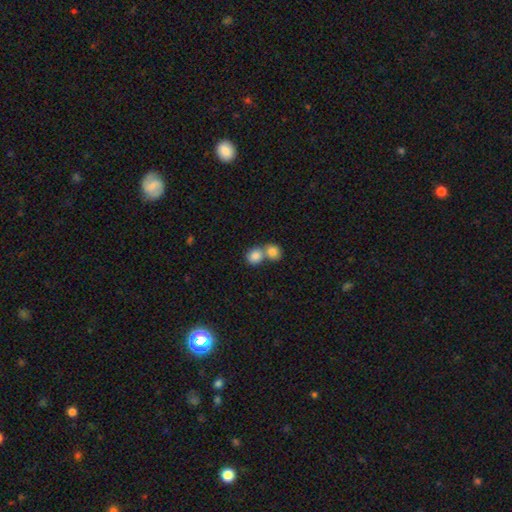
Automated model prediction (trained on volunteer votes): Q: Smooth or featured?
A: smooth (84%); runner-up: star or artifact (8%)
Q: How rounded?
A: round (77%); runner-up: in between (22%)
Q: Merging?
A: merger (58%); runner-up: none (34%)